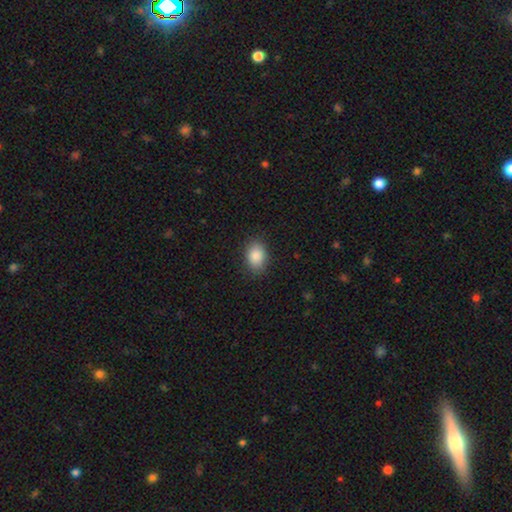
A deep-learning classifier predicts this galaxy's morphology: A smooth galaxy with no disk features (88%) that is in between round and cigar-shaped (78%).

Vote fractions:
- Smooth or featured? smooth: 88% / star or artifact: 8% / featured or disk: 4%
- How rounded? in between: 78% / round: 20% / cigar-shaped: 1%
- Merging? none: 86% / minor disturbance: 11% / major disturbance: 3% / merger: 1%